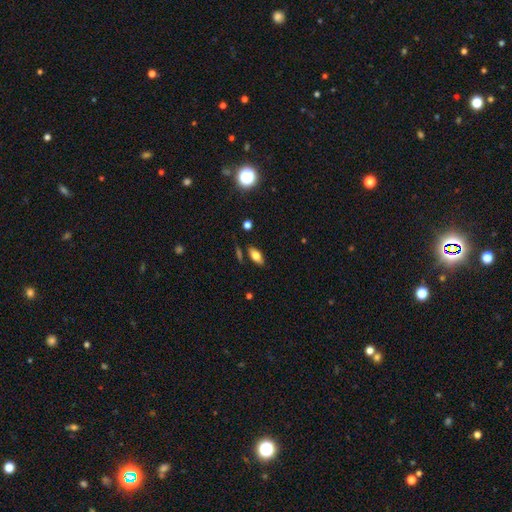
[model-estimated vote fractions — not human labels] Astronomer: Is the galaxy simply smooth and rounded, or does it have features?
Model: smooth — 70%.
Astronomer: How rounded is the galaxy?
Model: in between — 85%.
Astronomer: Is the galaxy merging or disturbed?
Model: none — 81%.